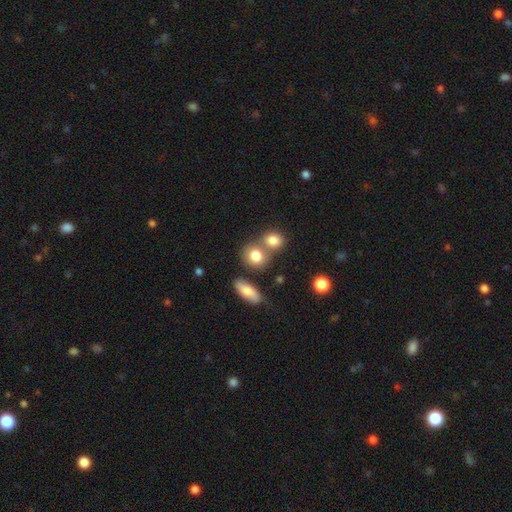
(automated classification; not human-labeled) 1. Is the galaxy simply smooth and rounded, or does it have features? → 81% smooth, 10% featured or disk, 9% star or artifact.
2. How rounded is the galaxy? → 61% round, 38% in between, 2% cigar-shaped.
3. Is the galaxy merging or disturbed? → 47% none, 39% merger, 10% minor disturbance, 4% major disturbance.